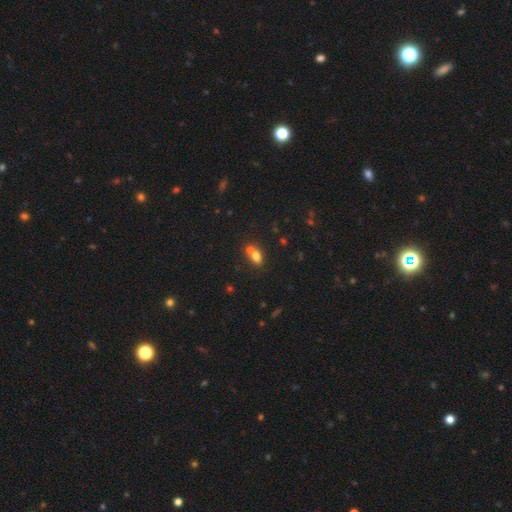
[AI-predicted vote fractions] A smooth galaxy with no disk features (72%) that is in between round and cigar-shaped (69%).

Vote fractions:
- Smooth or featured? smooth: 72% / featured or disk: 15% / star or artifact: 13%
- How rounded? in between: 69% / round: 28% / cigar-shaped: 3%
- Merging? merger: 53% / none: 34% / minor disturbance: 9% / major disturbance: 4%